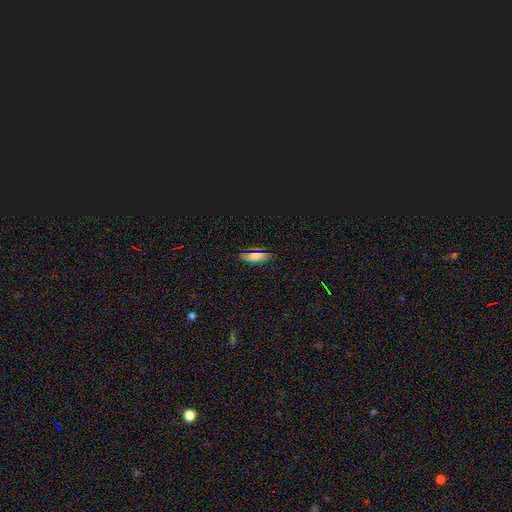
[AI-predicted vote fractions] Smooth or featured?
  - smooth: 67% *
  - star or artifact: 23%
  - featured or disk: 10%
How rounded?
  - in between: 72% *
  - cigar-shaped: 24%
  - round: 5%
Merging?
  - none: 86% *
  - minor disturbance: 10%
  - major disturbance: 2%
  - merger: 1%